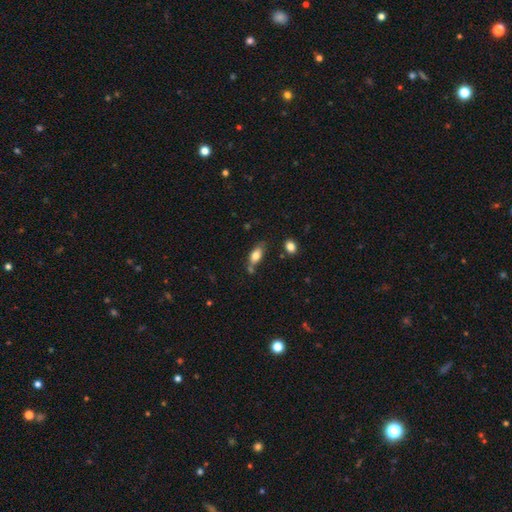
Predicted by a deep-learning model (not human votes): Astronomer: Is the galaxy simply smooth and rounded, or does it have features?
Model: smooth — 76%.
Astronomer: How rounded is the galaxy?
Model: in between — 83%.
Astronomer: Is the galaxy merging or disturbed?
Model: none — 58%.